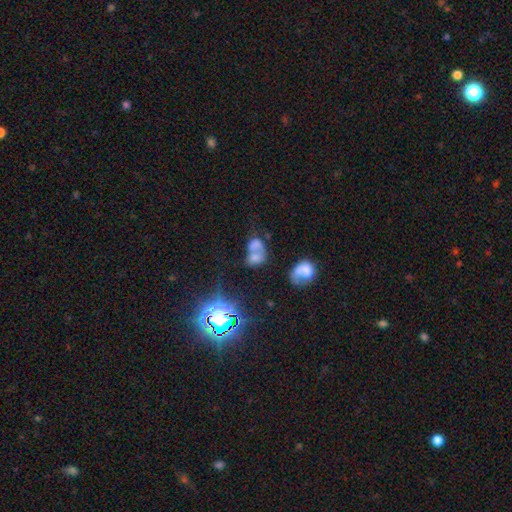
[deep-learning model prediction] smooth_or_featured: smooth (p=0.56) [alt: featured or disk p=0.24]
how_rounded: in between (p=0.64) [alt: round p=0.34]
merging: merger (p=0.65) [alt: none p=0.17]